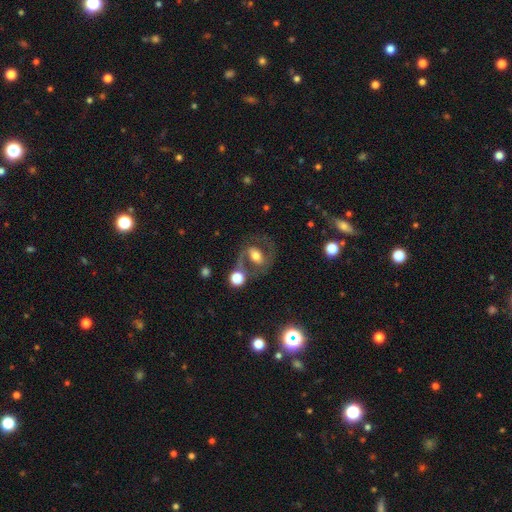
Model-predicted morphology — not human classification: A featured or disk galaxy (70%) with a weak bar (38%), 2 (88%) medium (58%) spiral arms (84%) and a moderate central bulge (61%).

Vote fractions:
- Smooth or featured? featured or disk: 70% / smooth: 21% / star or artifact: 9%
- Edge-on disk? no: 96% / yes: 4%
- Bar? weak: 38% / no: 35% / strong: 27%
- Spiral arms? yes: 84% / no: 16%
- Spiral winding? medium: 58% / loose: 22% / tight: 20%
- Spiral arm count? 2: 88% / can't tell: 5% / 1: 4% / 3: 1% / 4: 1% / more than 4: 1%
- Bulge size? moderate: 61% / large: 20% / small: 14% / dominant: 2% / none: 2%
- Merging? none: 62% / minor disturbance: 14% / major disturbance: 12% / merger: 11%